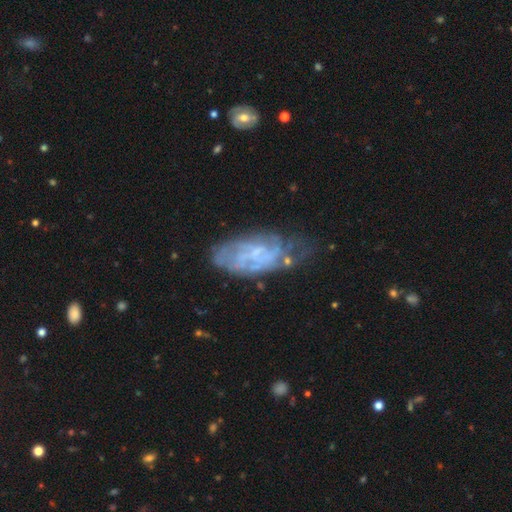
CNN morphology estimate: smooth-or-featured: featured or disk: 71% | smooth: 21% | star or artifact: 8%
  disk-edge-on: no: 93% | yes: 7%
    bar: no: 65% | weak: 29% | strong: 7%
    has-spiral-arms: yes: 67% | no: 33%
    bulge-size: small: 49% | none: 36% | moderate: 12% | large: 1% | dominant: 1%
  merging: none: 49% | minor disturbance: 30% | major disturbance: 17% | merger: 5%